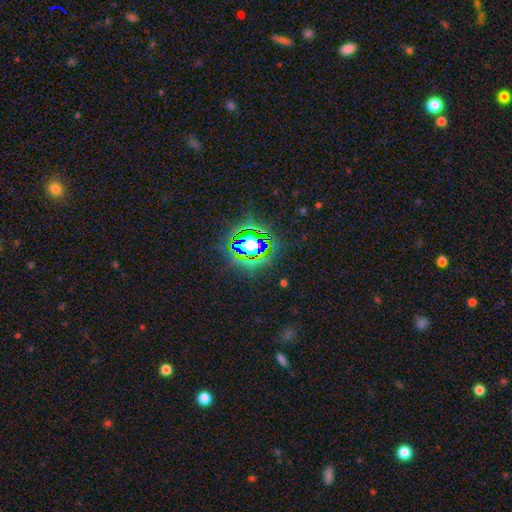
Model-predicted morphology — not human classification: A star or artifact, not a galaxy (79%).